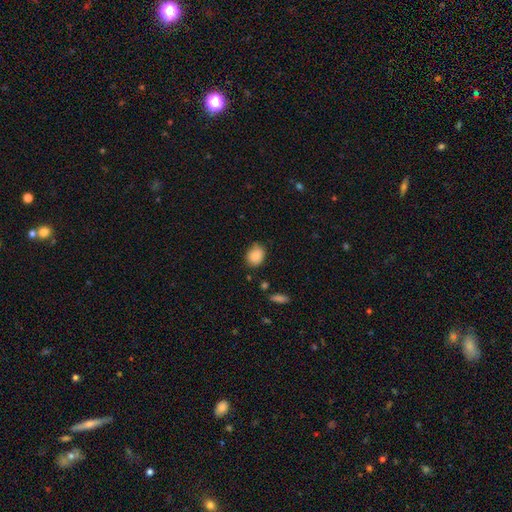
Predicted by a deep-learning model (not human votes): Smooth or featured? smooth (87%)
How rounded? in between (51%)
Merging? none (76%)